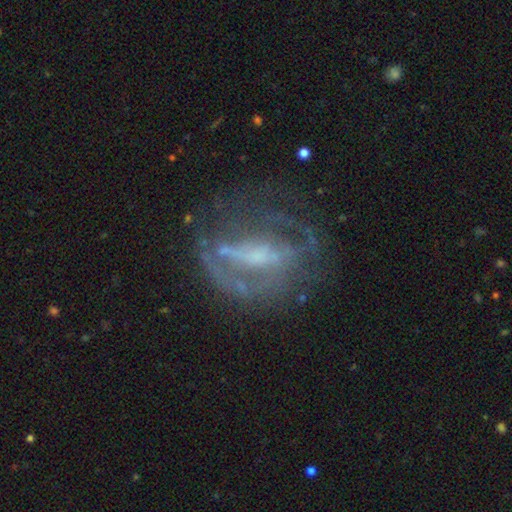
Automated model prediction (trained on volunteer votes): A featured or disk galaxy (76%) with a strong bar (38%), spiral arms (60%) and a small central bulge (40%). Merging: none (56%).